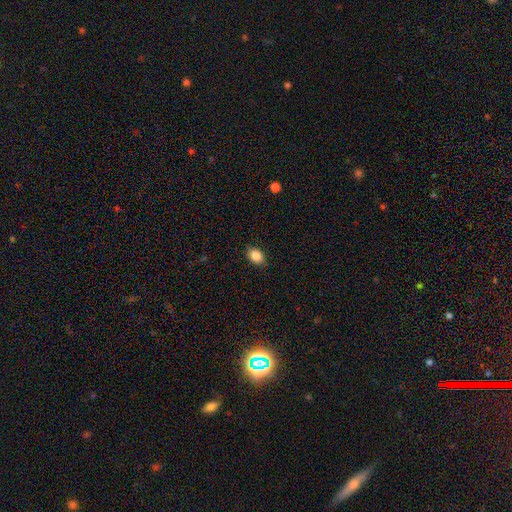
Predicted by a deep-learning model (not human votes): Q: Smooth or featured?
A: smooth (87%); runner-up: star or artifact (9%)
Q: How rounded?
A: in between (79%); runner-up: round (20%)
Q: Merging?
A: none (87%); runner-up: minor disturbance (10%)